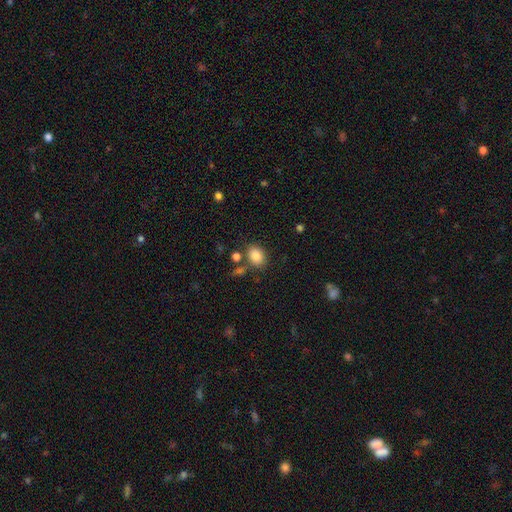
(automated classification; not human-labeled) Smooth or featured?
  - smooth: 85% *
  - star or artifact: 9%
  - featured or disk: 6%
How rounded?
  - in between: 65% *
  - round: 34%
  - cigar-shaped: 1%
Merging?
  - none: 74% *
  - minor disturbance: 12%
  - merger: 10%
  - major disturbance: 4%